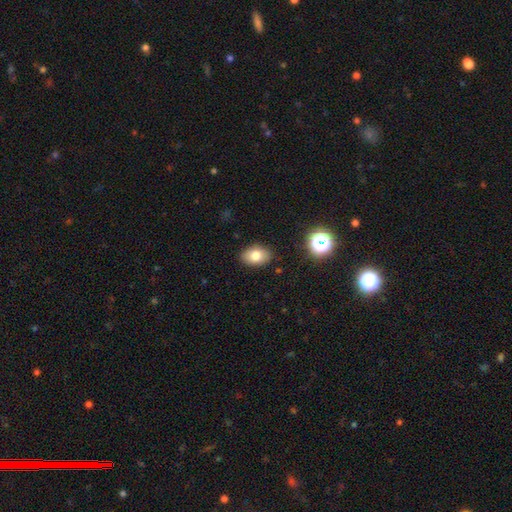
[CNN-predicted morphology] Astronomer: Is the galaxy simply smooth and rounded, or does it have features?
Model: smooth — 79%.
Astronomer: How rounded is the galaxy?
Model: in between — 83%.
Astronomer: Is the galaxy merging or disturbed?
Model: none — 87%.